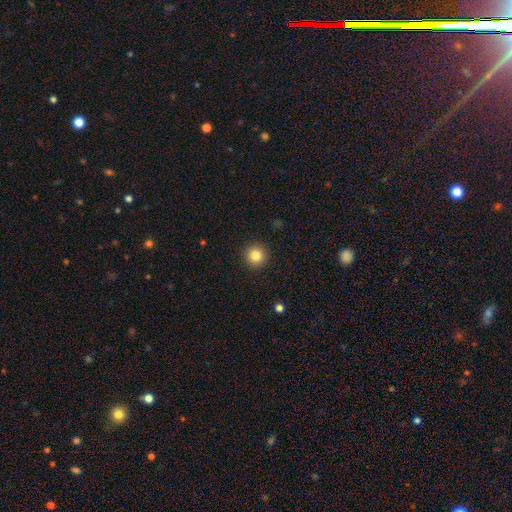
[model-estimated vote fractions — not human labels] Smooth or featured? smooth (83%)
How rounded? round (96%)
Merging? none (92%)